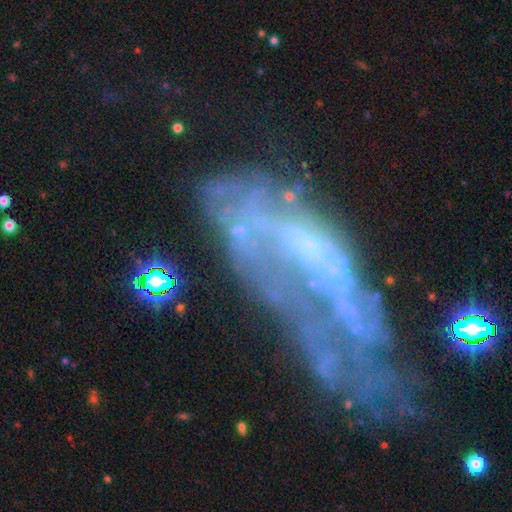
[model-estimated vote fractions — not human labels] smooth_or_featured: featured or disk (p=0.65) [alt: smooth p=0.18]
disk_edge_on: no (p=0.88) [alt: yes p=0.12]
bar: no (p=0.78) [alt: weak p=0.15]
has_spiral_arms: no (p=0.67) [alt: yes p=0.33]
bulge_size: small (p=0.44) [alt: none p=0.41]
merging: major disturbance (p=0.37) [alt: none p=0.28]